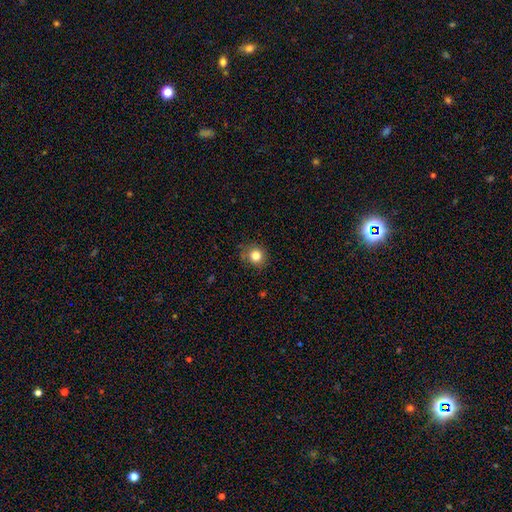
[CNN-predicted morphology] Smooth or featured: smooth — 81% (star or artifact — 12%)
How rounded: round — 85% (in between — 14%)
Merging: none — 84% (minor disturbance — 12%)